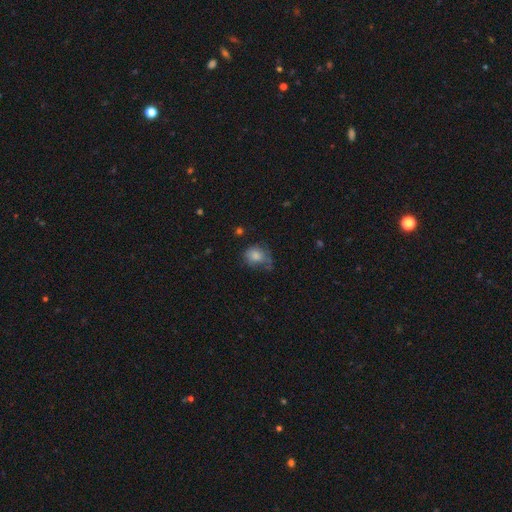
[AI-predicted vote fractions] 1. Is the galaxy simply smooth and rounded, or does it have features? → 75% smooth, 15% featured or disk, 10% star or artifact.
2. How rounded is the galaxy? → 53% round, 46% in between, 1% cigar-shaped.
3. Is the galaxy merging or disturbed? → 40% none, 33% minor disturbance, 23% major disturbance, 4% merger.